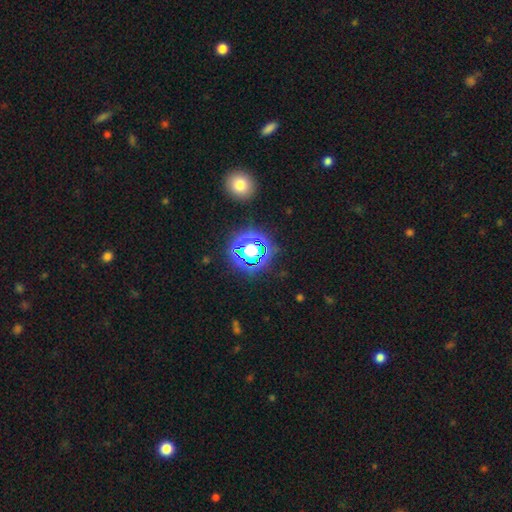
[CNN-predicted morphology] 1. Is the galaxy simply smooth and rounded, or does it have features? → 66% star or artifact, 23% smooth, 11% featured or disk.